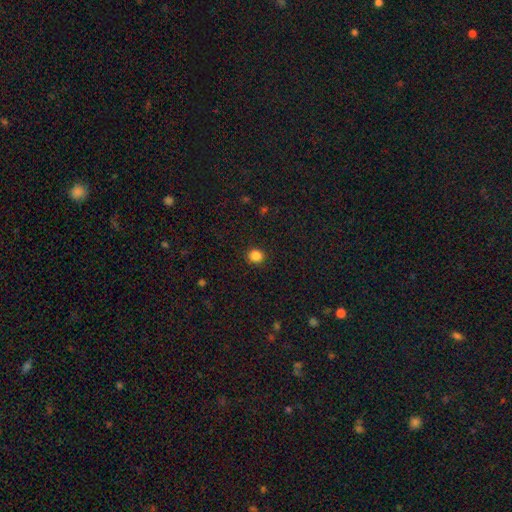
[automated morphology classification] type=smooth (85%); roundness=round (87%); merging=none (92%).